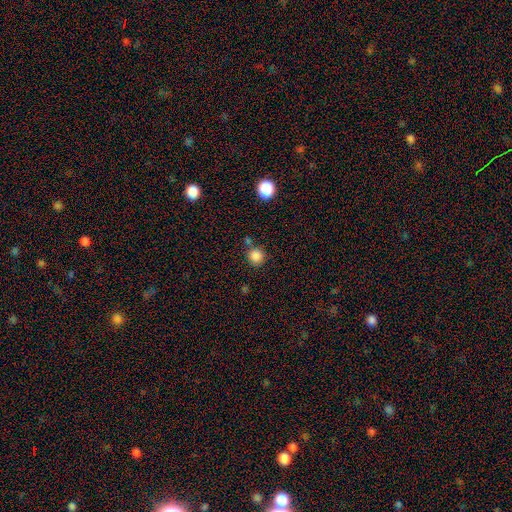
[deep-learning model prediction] A smooth galaxy with no disk features (85%) that is round (93%). Merging: none (77%).